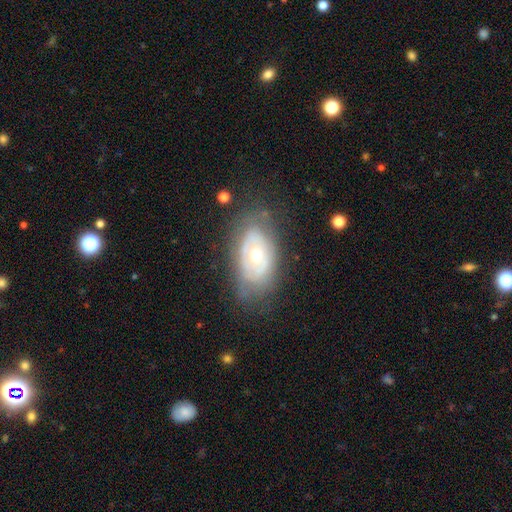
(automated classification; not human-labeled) Q: Smooth or featured?
A: featured or disk (65%); runner-up: smooth (29%)
Q: Edge-on disk?
A: no (91%); runner-up: yes (9%)
Q: Bar?
A: no (83%); runner-up: weak (13%)
Q: Spiral arms?
A: no (66%); runner-up: yes (34%)
Q: Bulge size?
A: moderate (69%); runner-up: small (23%)
Q: Merging?
A: none (70%); runner-up: minor disturbance (20%)